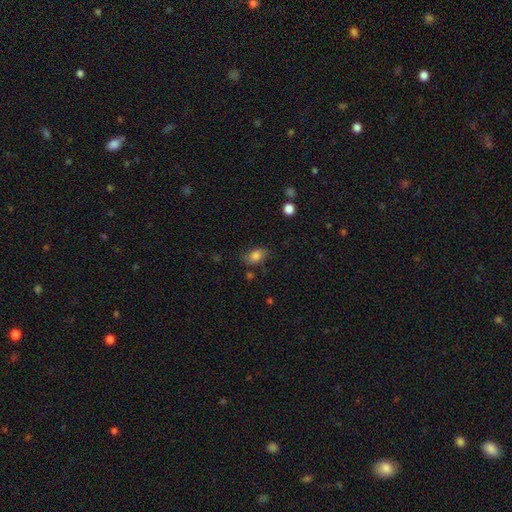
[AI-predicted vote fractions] smooth-or-featured: smooth: 80% | featured or disk: 11% | star or artifact: 10%
  how-rounded: in between: 81% | round: 16% | cigar-shaped: 2%
  merging: none: 68% | minor disturbance: 23% | major disturbance: 7% | merger: 2%